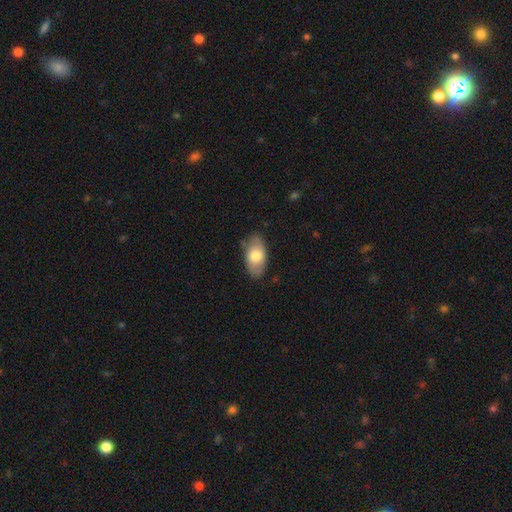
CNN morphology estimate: The model was most divided on "smooth or featured": smooth: 69%, featured or disk: 25%, star or artifact: 6%. More confident: how rounded — in between (93%); merging — none (80%).